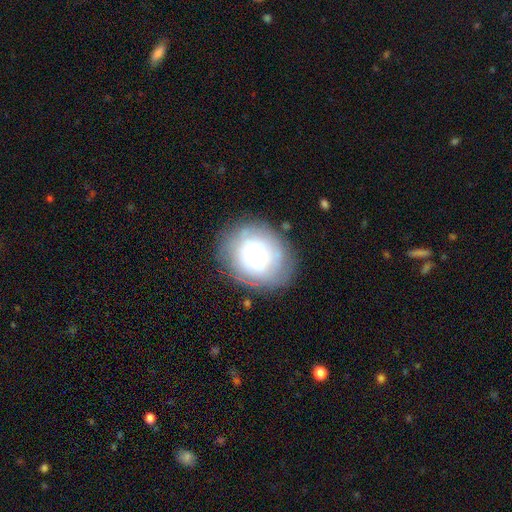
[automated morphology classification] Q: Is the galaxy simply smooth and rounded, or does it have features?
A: smooth — 47%.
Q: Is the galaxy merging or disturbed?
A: none — 74%.